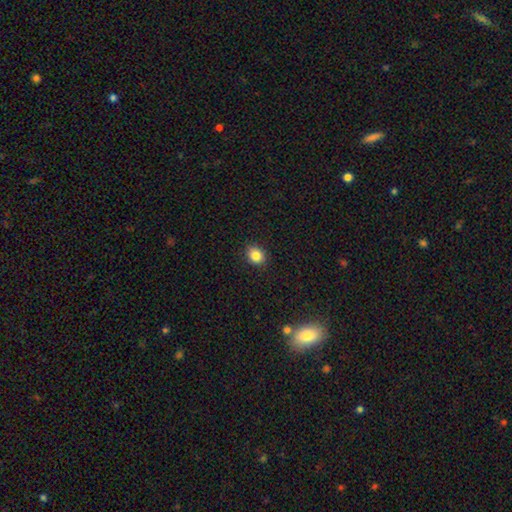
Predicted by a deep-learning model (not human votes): Smooth or featured? smooth (84%)
How rounded? round (67%)
Merging? none (90%)